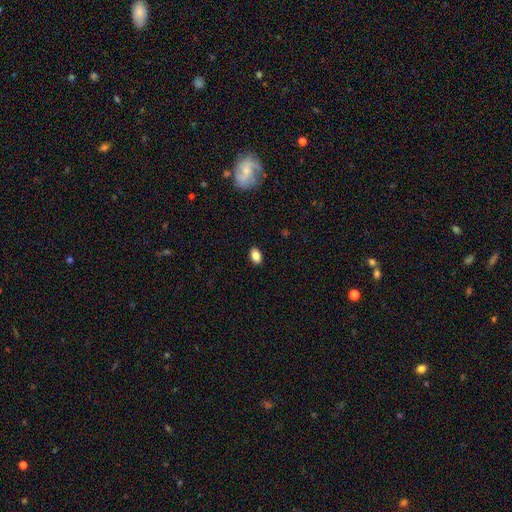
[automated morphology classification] The model was most divided on "smooth or featured": smooth: 86%, star or artifact: 8%, featured or disk: 6%. More confident: merging — none (89%); how rounded — in between (89%).